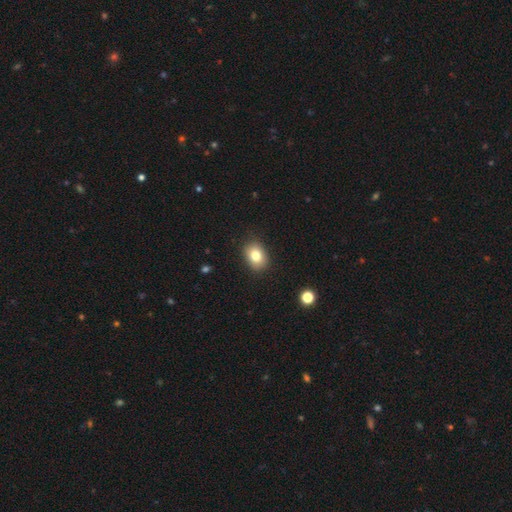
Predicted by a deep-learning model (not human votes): smooth 80%, star or artifact 10%, featured or disk 10%. Down the decision tree: how rounded — in between (65%); merging — none (87%).